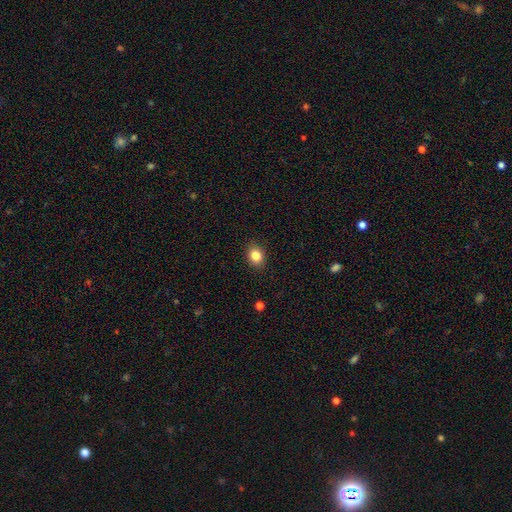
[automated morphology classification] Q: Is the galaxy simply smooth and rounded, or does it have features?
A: smooth — 83%.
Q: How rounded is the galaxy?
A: in between — 50%.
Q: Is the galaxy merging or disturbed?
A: none — 89%.